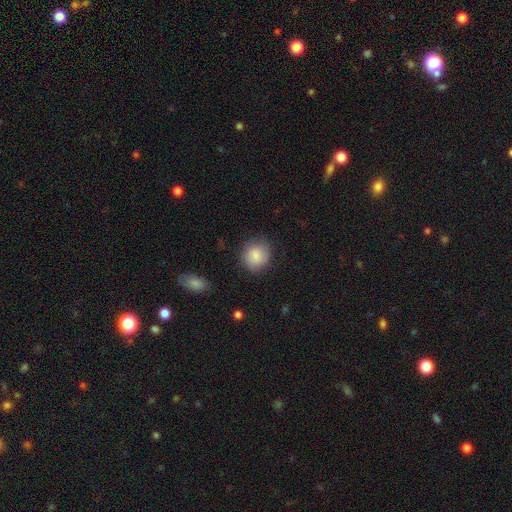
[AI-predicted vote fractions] This appears to be a smooth galaxy with no disk features (86%) that is round (80%). Merging: none (79%).